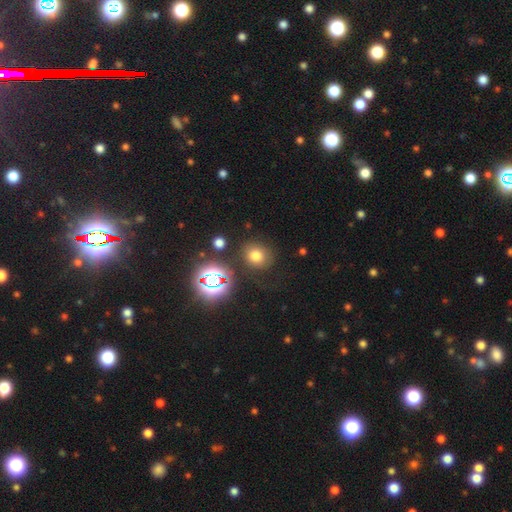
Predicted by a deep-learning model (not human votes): The model was most divided on "smooth or featured": smooth: 69%, star or artifact: 21%, featured or disk: 9%. More confident: merging — none (79%); how rounded — round (76%).